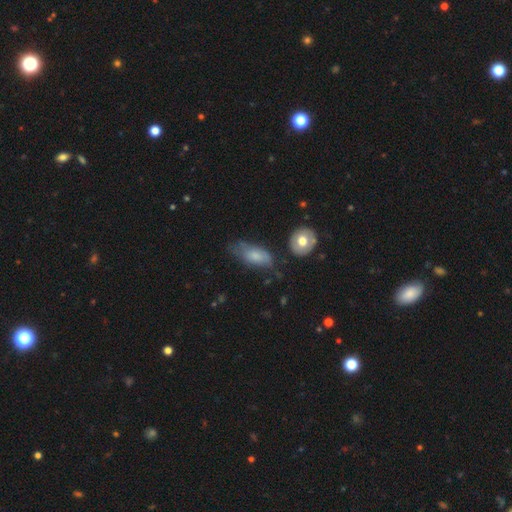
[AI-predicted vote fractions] Smooth or featured?
  - smooth: 70% *
  - featured or disk: 23%
  - star or artifact: 8%
How rounded?
  - in between: 86% *
  - cigar-shaped: 10%
  - round: 4%
Merging?
  - none: 38% *
  - minor disturbance: 37%
  - major disturbance: 19%
  - merger: 5%